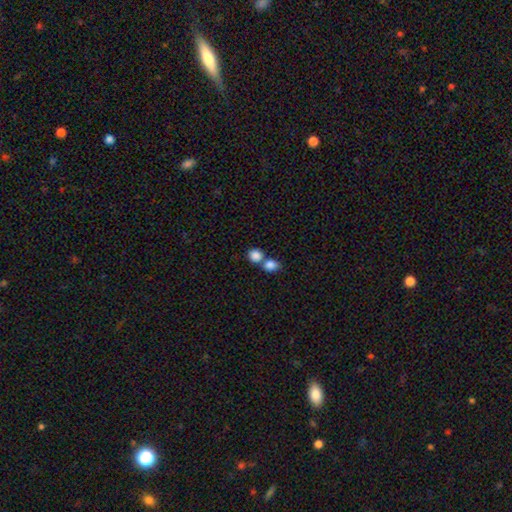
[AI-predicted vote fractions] Morphology: type=smooth (85%); roundness=round (78%); merging=merger (48%).